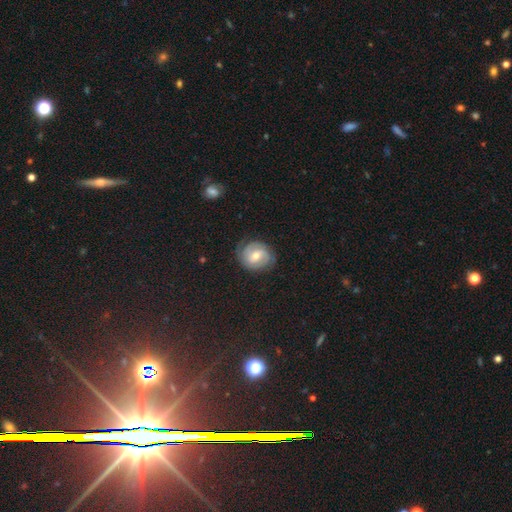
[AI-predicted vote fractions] Smooth or featured? Predicted: featured or disk (p=0.76). Edge-on disk? Predicted: no (p=0.97). Bar? Predicted: weak (p=0.52). Spiral arms? Predicted: yes (p=0.94). Spiral winding? Predicted: tight (p=0.61). Spiral arm count? Predicted: 2 (p=0.47). Bulge size? Predicted: moderate (p=0.61). Merging? Predicted: none (p=0.78).